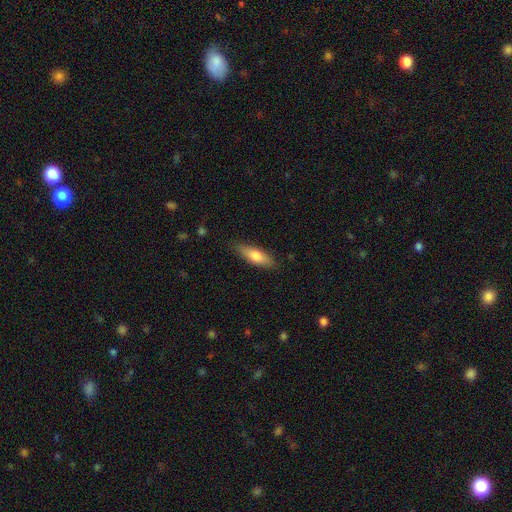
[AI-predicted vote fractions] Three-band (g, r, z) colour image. It shows a smooth galaxy with no disk features (74%) that is in between round and cigar-shaped (51%). Merging: none (84%).